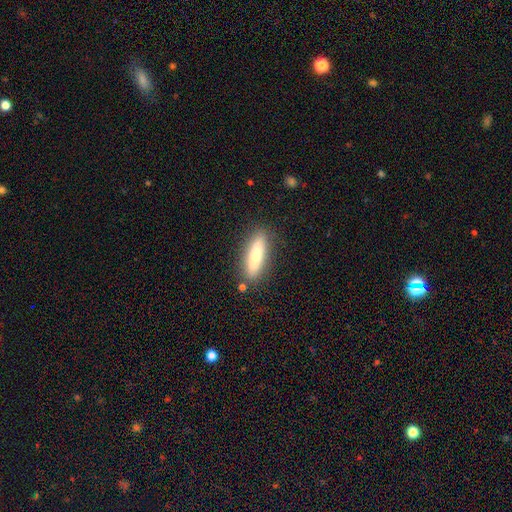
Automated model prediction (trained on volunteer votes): Smooth or featured: smooth — 73% (featured or disk — 20%)
How rounded: cigar-shaped — 67% (in between — 31%)
Merging: none — 84% (minor disturbance — 11%)